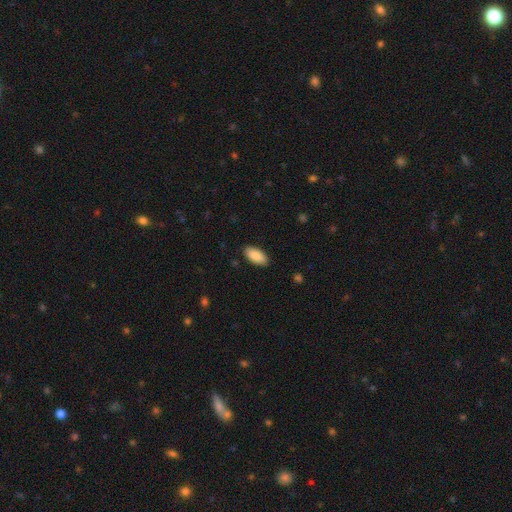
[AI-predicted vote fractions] The model was most divided on "merging": none: 89%, minor disturbance: 9%, major disturbance: 2%, merger: 1%. More confident: how rounded — in between (92%); smooth or featured — smooth (88%).